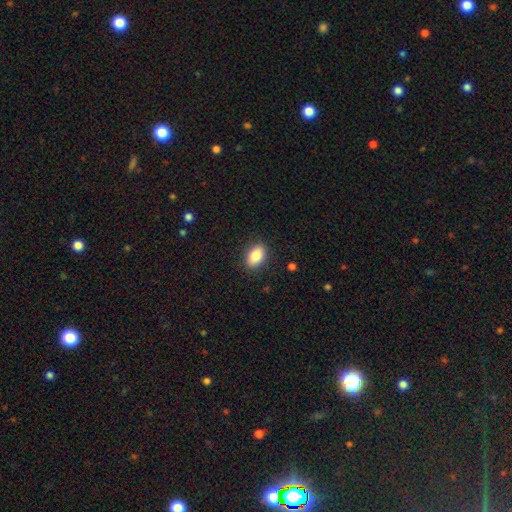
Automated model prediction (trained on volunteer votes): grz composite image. It shows a smooth galaxy with no disk features (86%) that is in between round and cigar-shaped (87%). Merging: none (87%).